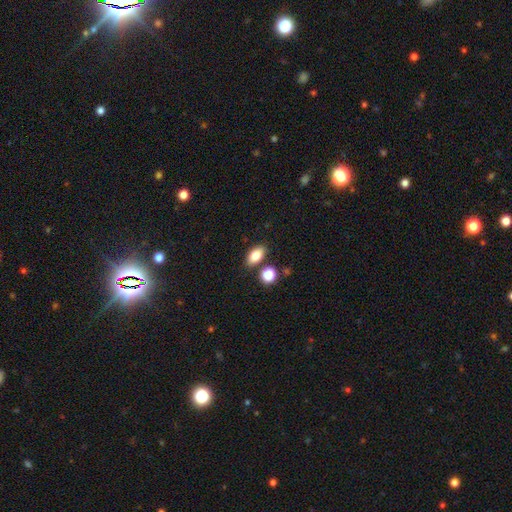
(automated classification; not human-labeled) A smooth galaxy with no disk features (81%) that is in between round and cigar-shaped (86%). Merging: none (79%).